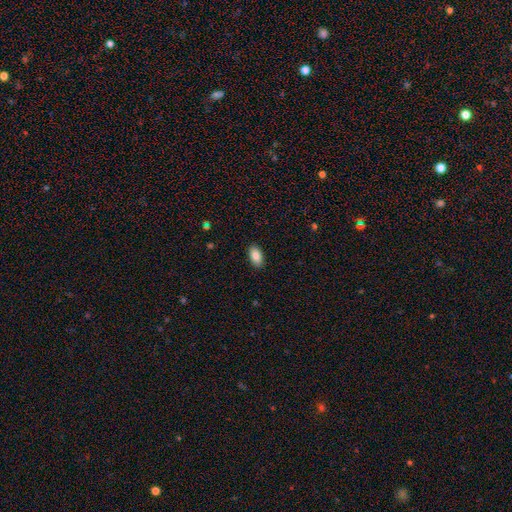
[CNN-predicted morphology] The model was most divided on "smooth or featured": smooth: 87%, star or artifact: 7%, featured or disk: 6%. More confident: how rounded — in between (93%); merging — none (89%).